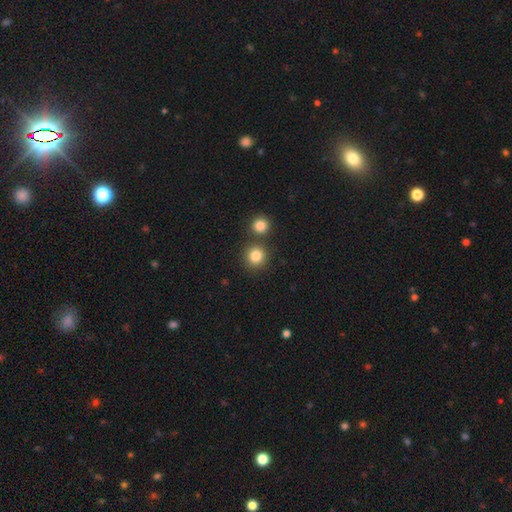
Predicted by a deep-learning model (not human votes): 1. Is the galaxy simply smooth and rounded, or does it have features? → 84% smooth, 11% star or artifact, 5% featured or disk.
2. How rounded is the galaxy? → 91% round, 8% in between, 1% cigar-shaped.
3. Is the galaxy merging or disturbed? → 78% none, 13% merger, 6% minor disturbance, 2% major disturbance.